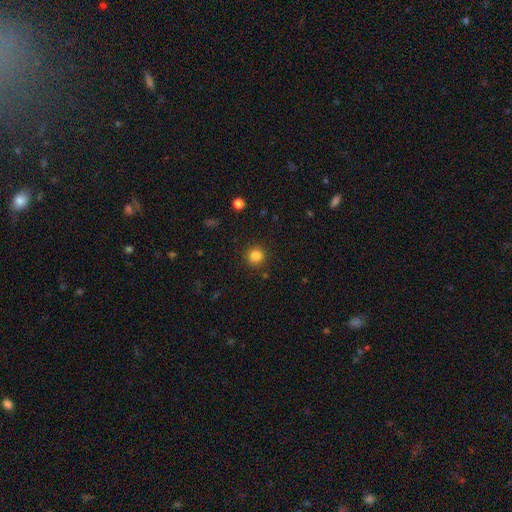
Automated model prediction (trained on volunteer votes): A smooth galaxy with no disk features (83%) that is round (93%). Merging: none (91%).